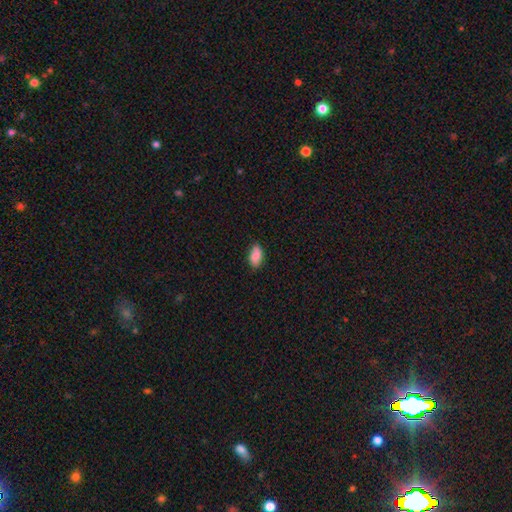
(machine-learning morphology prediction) Smooth or featured: smooth — 87% (star or artifact — 7%)
How rounded: in between — 92% (cigar-shaped — 4%)
Merging: none — 77% (minor disturbance — 19%)